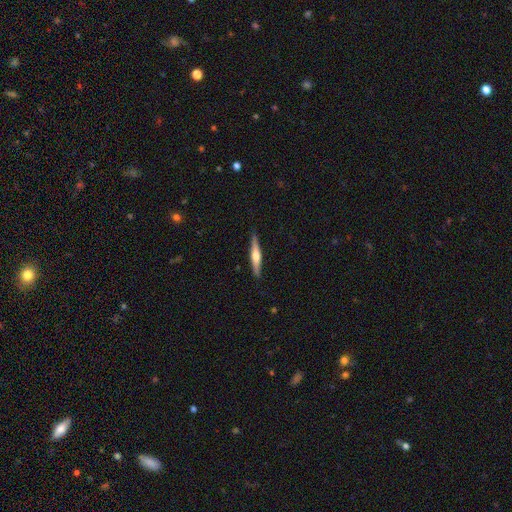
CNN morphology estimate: Overall: featured or disk (58%; smooth 36%). Edge-on disk: yes (97%). Edge-on bulge: rounded (85%). Merging: none (88%).